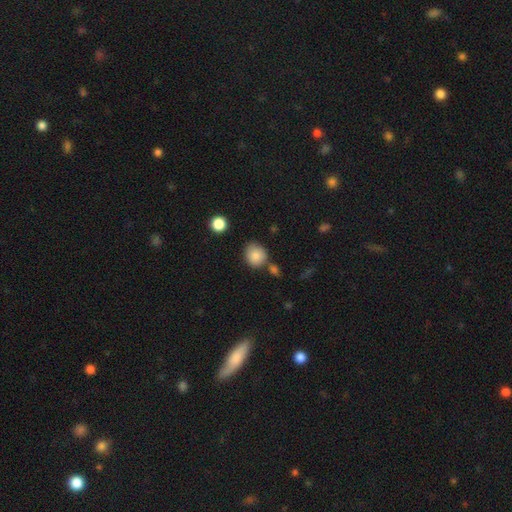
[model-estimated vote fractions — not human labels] smooth_or_featured: smooth (p=0.85) [alt: star or artifact p=0.09]
how_rounded: round (p=0.79) [alt: in between p=0.20]
merging: none (p=0.70) [alt: minor disturbance p=0.15]